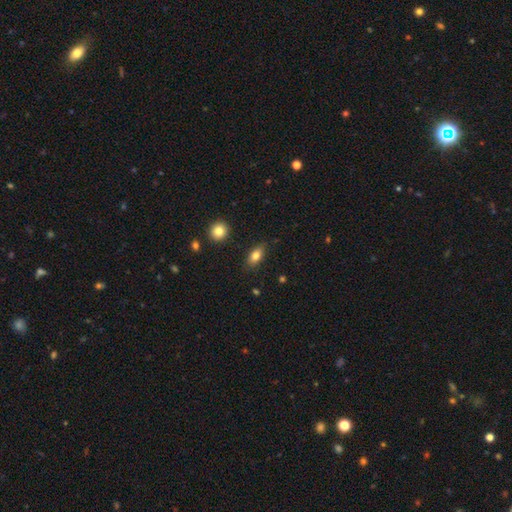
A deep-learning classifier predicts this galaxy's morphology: A smooth galaxy with no disk features (80%) that is in between round and cigar-shaped (86%).

Vote fractions:
- Smooth or featured? smooth: 80% / featured or disk: 12% / star or artifact: 8%
- How rounded? in between: 86% / round: 7% / cigar-shaped: 7%
- Merging? none: 83% / minor disturbance: 12% / major disturbance: 3% / merger: 2%